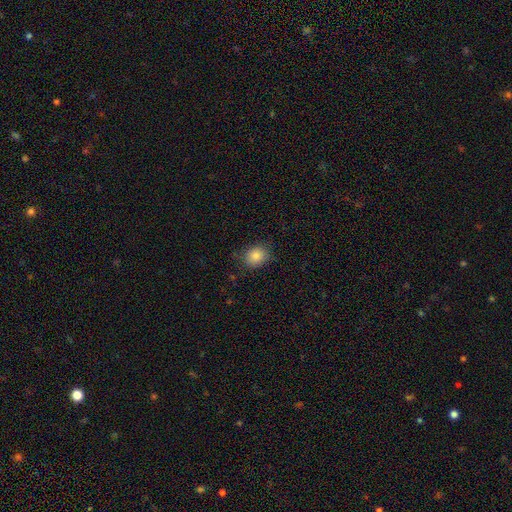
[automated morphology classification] smooth_or_featured: smooth (p=0.85) [alt: star or artifact p=0.10]
how_rounded: round (p=0.58) [alt: in between p=0.42]
merging: none (p=0.81) [alt: minor disturbance p=0.15]